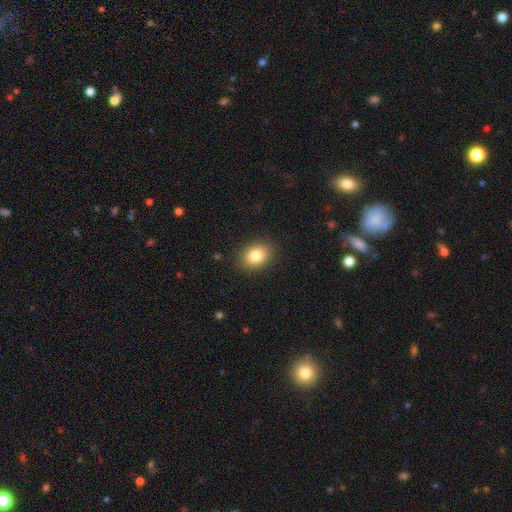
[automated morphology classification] Smooth or featured? smooth (83%)
How rounded? in between (67%)
Merging? none (88%)